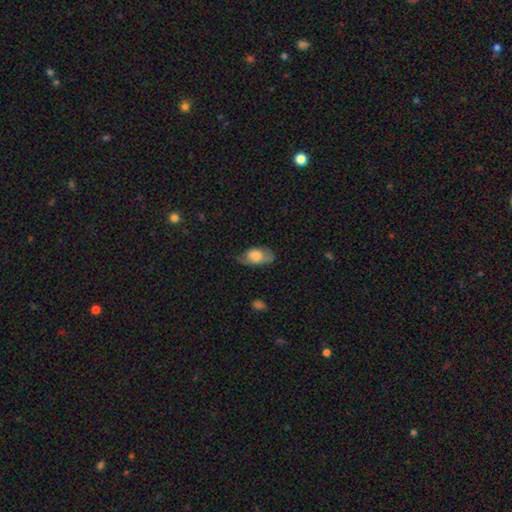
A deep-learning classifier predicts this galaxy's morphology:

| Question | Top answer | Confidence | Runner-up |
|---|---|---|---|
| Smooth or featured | smooth | 72% | featured or disk (22%) |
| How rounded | in between | 90% | round (7%) |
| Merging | none | 55% | minor disturbance (32%) |